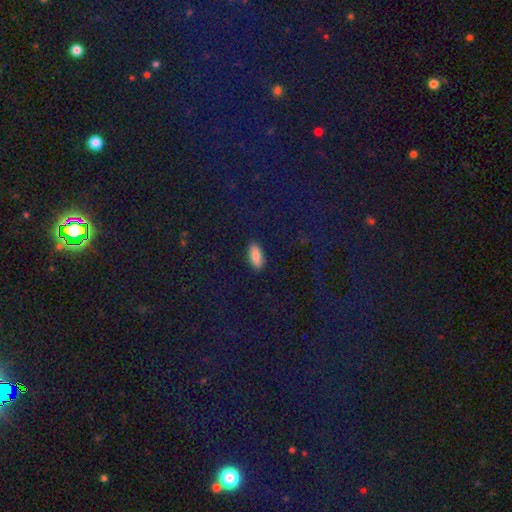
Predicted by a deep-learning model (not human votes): This is clearly a smooth galaxy (82%). How rounded: likely in between (79%). Merging: clearly none (89%).